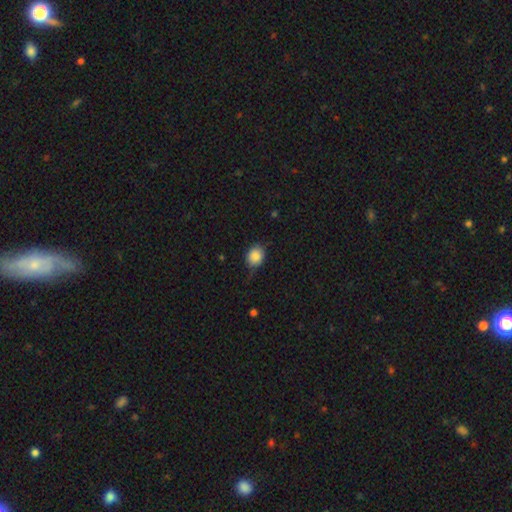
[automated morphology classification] Smooth or featured: smooth — 86% (star or artifact — 9%)
How rounded: round — 58% (in between — 41%)
Merging: none — 64% (minor disturbance — 29%)